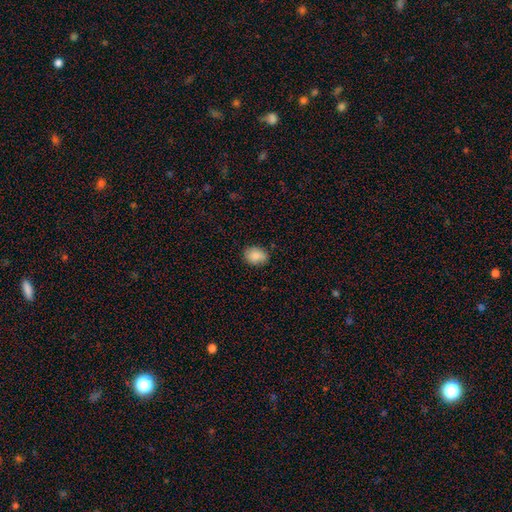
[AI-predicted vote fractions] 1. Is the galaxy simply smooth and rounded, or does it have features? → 86% smooth, 7% star or artifact, 6% featured or disk.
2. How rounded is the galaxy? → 70% in between, 29% round, 1% cigar-shaped.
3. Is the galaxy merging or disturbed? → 80% none, 16% minor disturbance, 3% major disturbance, 1% merger.